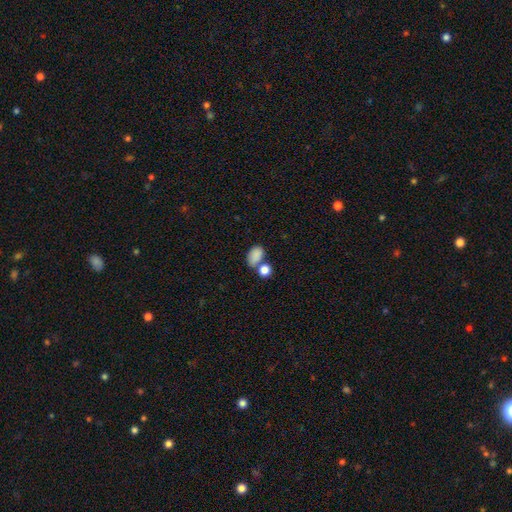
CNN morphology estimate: smooth-or-featured: smooth: 84% | star or artifact: 9% | featured or disk: 6%
  how-rounded: in between: 82% | round: 16% | cigar-shaped: 1%
  merging: none: 50% | merger: 31% | minor disturbance: 13% | major disturbance: 6%